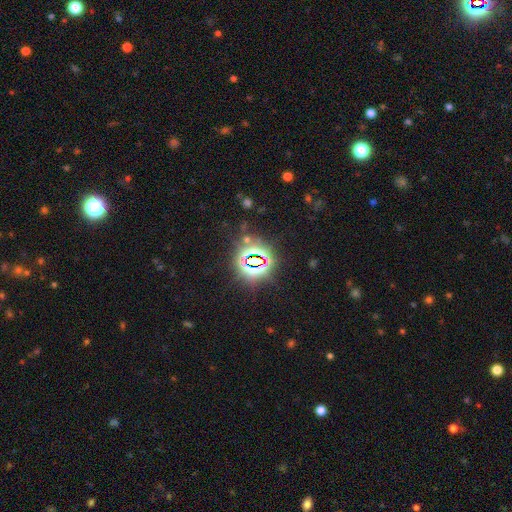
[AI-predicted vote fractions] smooth_or_featured: star or artifact (p=0.80) [alt: smooth p=0.13]